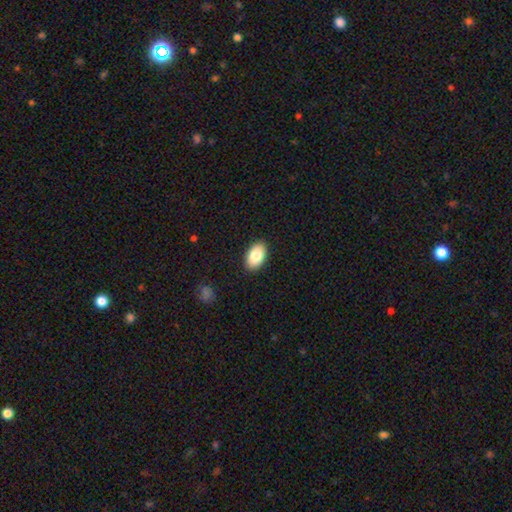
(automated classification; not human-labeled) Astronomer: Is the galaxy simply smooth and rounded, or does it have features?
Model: smooth — 85%.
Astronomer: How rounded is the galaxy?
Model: in between — 93%.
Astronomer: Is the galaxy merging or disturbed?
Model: none — 89%.